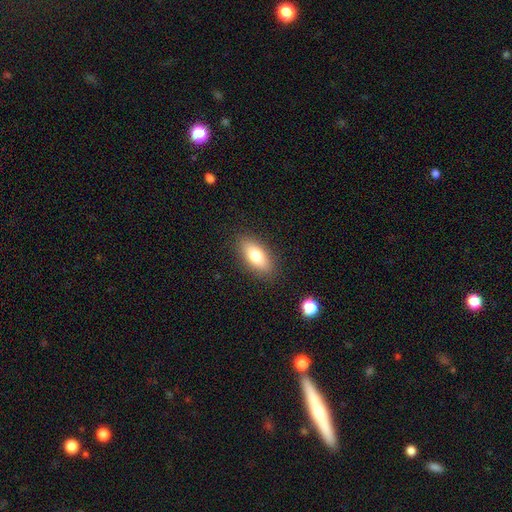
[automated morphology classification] Smooth or featured? Predicted: smooth (p=0.77). How rounded? Predicted: in between (p=0.82). Merging? Predicted: none (p=0.87).